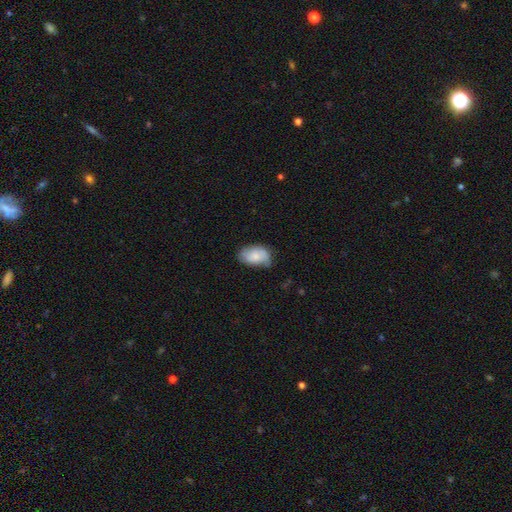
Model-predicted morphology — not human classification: A smooth galaxy with no disk features (67%) that is in between round and cigar-shaped (91%). Merging: none (58%).